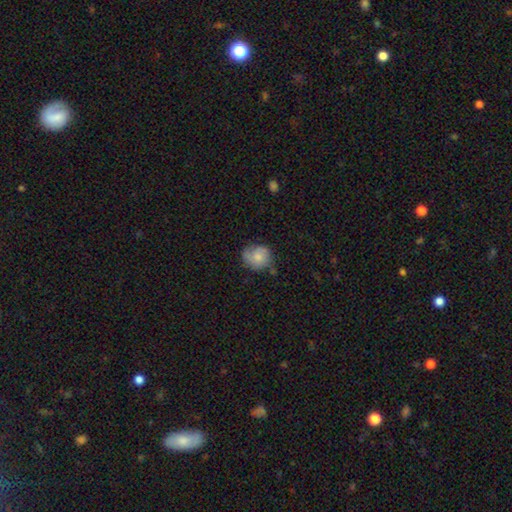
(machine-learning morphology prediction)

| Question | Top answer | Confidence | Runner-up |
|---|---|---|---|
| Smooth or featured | smooth | 64% | featured or disk (28%) |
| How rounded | round | 73% | in between (26%) |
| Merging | none | 62% | minor disturbance (27%) |